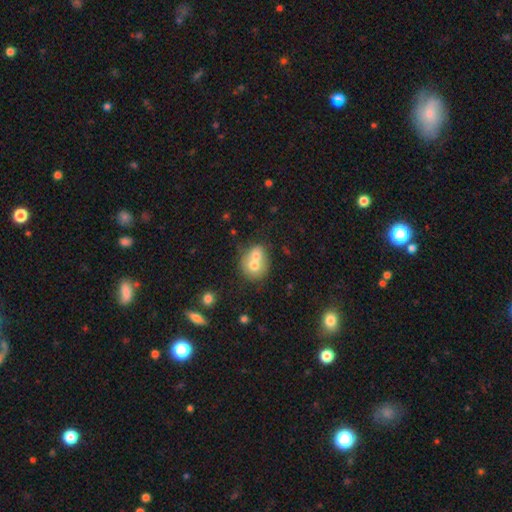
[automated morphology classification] Smooth or featured: smooth — 65% (featured or disk — 26%)
How rounded: round — 66% (in between — 33%)
Merging: merger — 68% (none — 23%)